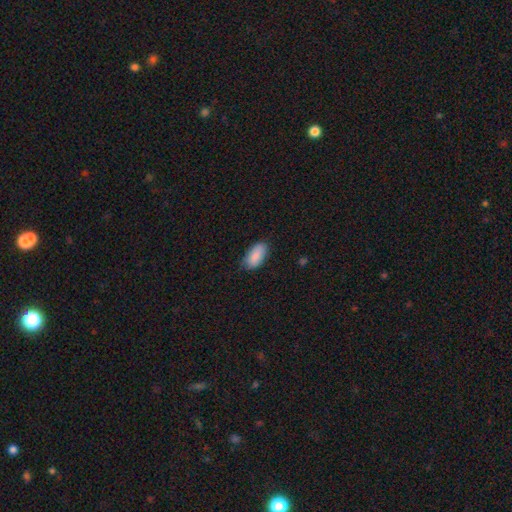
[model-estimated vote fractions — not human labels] smooth_or_featured: smooth (p=0.89) [alt: star or artifact p=0.06]
how_rounded: in between (p=0.93) [alt: cigar-shaped p=0.05]
merging: none (p=0.76) [alt: minor disturbance p=0.20]